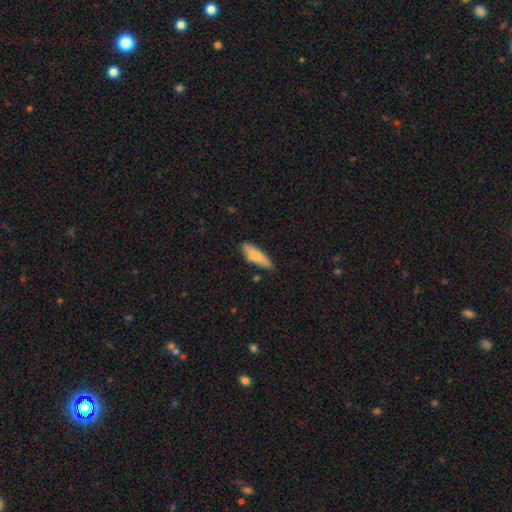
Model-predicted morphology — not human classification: Overall: smooth (80%). How rounded: cigar-shaped (54%; in between 44%). Merging: none (70%).